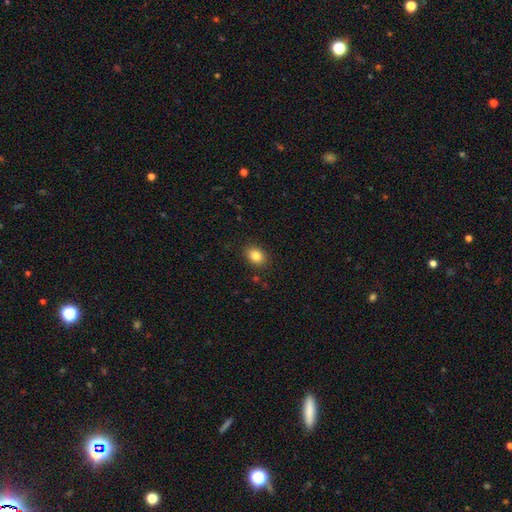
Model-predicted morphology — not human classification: Smooth or featured?
  - smooth: 84% *
  - star or artifact: 10%
  - featured or disk: 7%
How rounded?
  - in between: 63% *
  - round: 36%
  - cigar-shaped: 1%
Merging?
  - none: 88% *
  - minor disturbance: 8%
  - major disturbance: 2%
  - merger: 1%